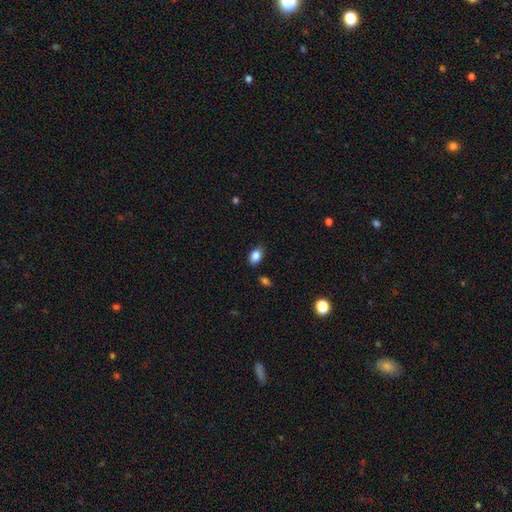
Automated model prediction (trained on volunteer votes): Q: Smooth or featured?
A: smooth (87%); runner-up: star or artifact (9%)
Q: How rounded?
A: in between (85%); runner-up: round (13%)
Q: Merging?
A: none (79%); runner-up: minor disturbance (15%)